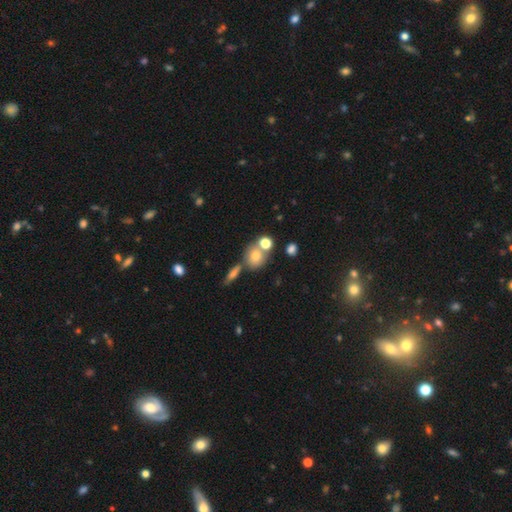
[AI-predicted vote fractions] This appears to be a smooth galaxy with no disk features (75%) that is round (72%). Merging: none (52%).